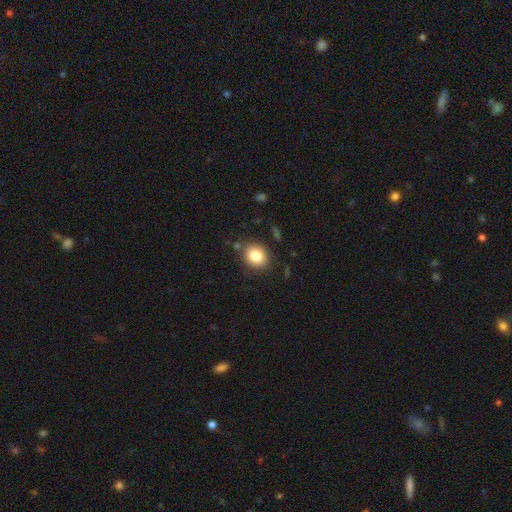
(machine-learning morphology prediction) smooth-or-featured: smooth: 82% | star or artifact: 10% | featured or disk: 8%
  how-rounded: round: 72% | in between: 27% | cigar-shaped: 1%
  merging: none: 83% | minor disturbance: 10% | major disturbance: 3% | merger: 3%